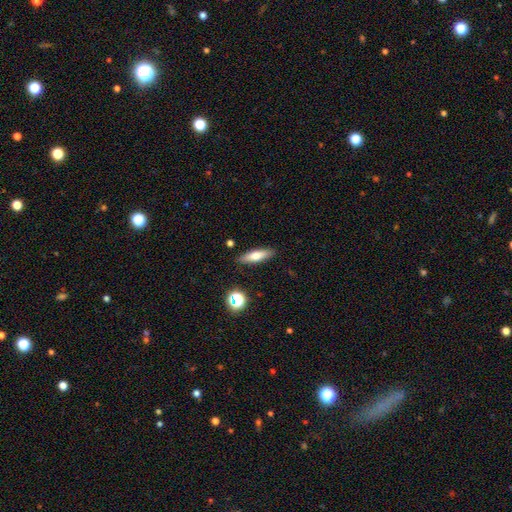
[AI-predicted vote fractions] smooth-or-featured: smooth: 64% | featured or disk: 28% | star or artifact: 8%
  how-rounded: cigar-shaped: 61% | in between: 36% | round: 3%
  merging: none: 88% | minor disturbance: 8% | major disturbance: 2% | merger: 2%